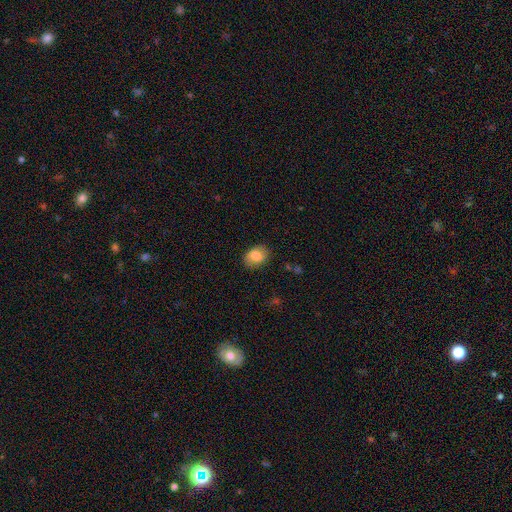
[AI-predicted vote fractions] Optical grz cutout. It shows a smooth galaxy with no disk features (82%) that is in between round and cigar-shaped (70%). Merging: none (82%).